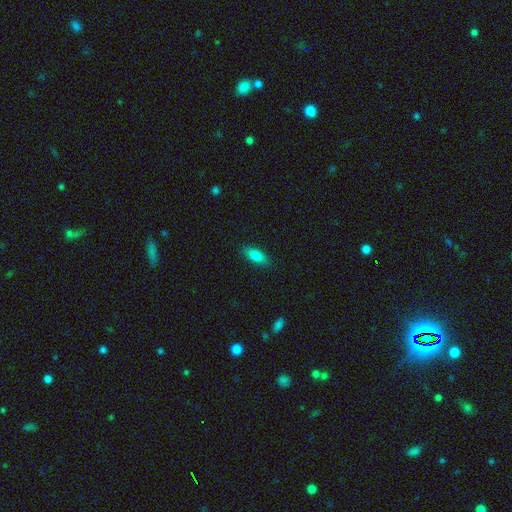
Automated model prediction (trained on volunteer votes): A smooth galaxy with no disk features (84%) that is in between round and cigar-shaped (76%). Merging: none (86%).